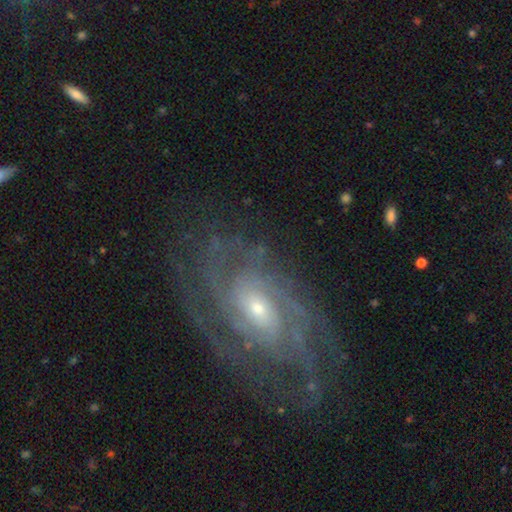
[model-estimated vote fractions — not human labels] This is clearly a featured or disk galaxy (88%). It is clearly not viewed edge-on (95%). Bar: possibly no (57%). Spiral arm pattern: clearly yes (96%). Spiral arm count: marginally can't tell (31%). Spiral winding: likely tight (66%). Central bulge: likely small (65%). Merging: likely none (74%).